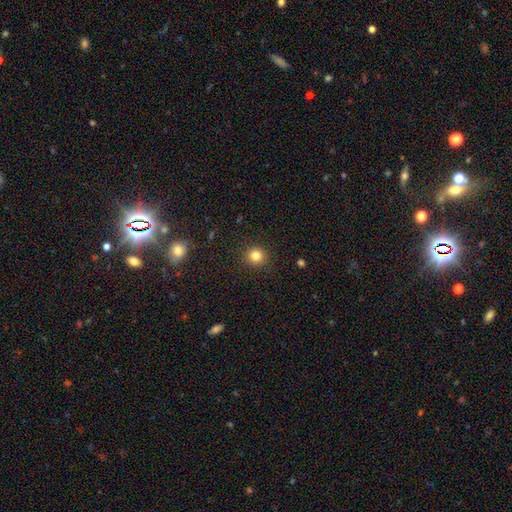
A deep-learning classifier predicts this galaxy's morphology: Smooth or featured? Predicted: smooth (p=0.82). How rounded? Predicted: round (p=0.93). Merging? Predicted: none (p=0.91).